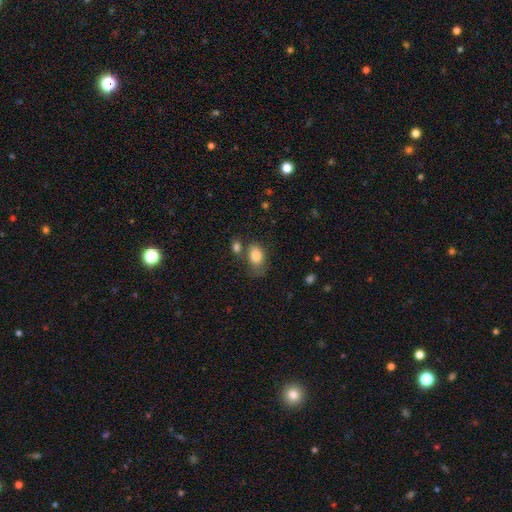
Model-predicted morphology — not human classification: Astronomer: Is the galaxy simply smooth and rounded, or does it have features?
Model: smooth — 84%.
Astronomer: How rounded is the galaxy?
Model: in between — 84%.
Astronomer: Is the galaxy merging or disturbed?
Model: none — 48% (runner-up: minor disturbance, 24%).